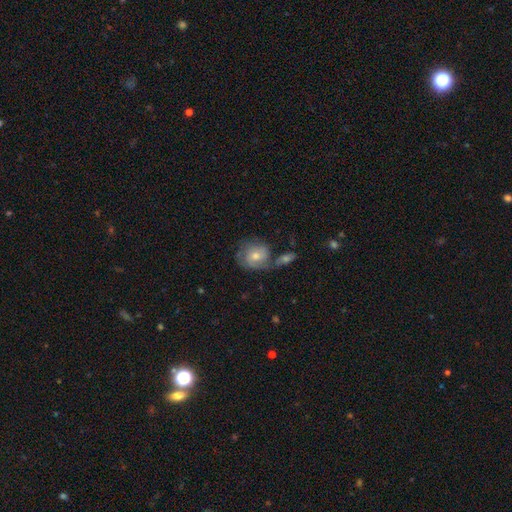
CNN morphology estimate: Smooth or featured: featured or disk — 61% (smooth — 30%)
Edge-on disk: no — 97% (yes — 3%)
Bar: no — 66% (weak — 29%)
Spiral arms: yes — 84% (no — 16%)
Bulge size: moderate — 62% (small — 31%)
Merging: none — 52% (merger — 19%)